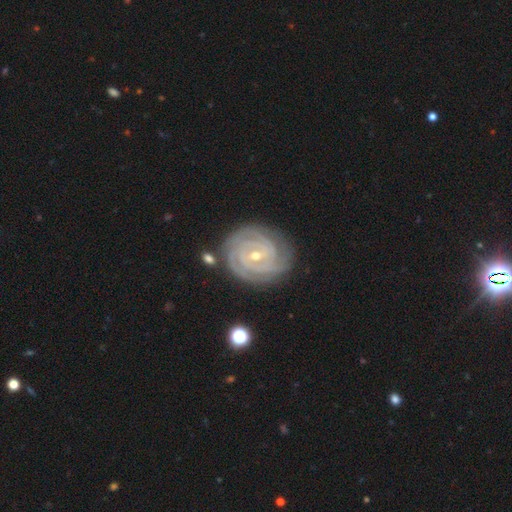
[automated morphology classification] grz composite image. It shows a featured or disk galaxy (91%) with a weak bar (42%), 3 (29%) tight (88%) spiral arms (99%) and a small central bulge (67%). Merging: none (81%).